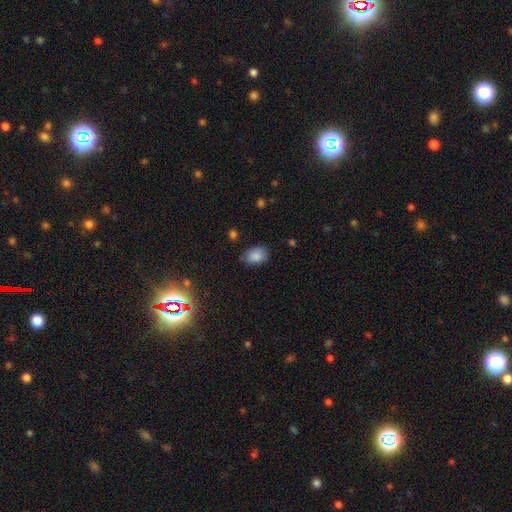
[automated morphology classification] Smooth or featured? smooth (86%)
How rounded? in between (82%)
Merging? none (75%)